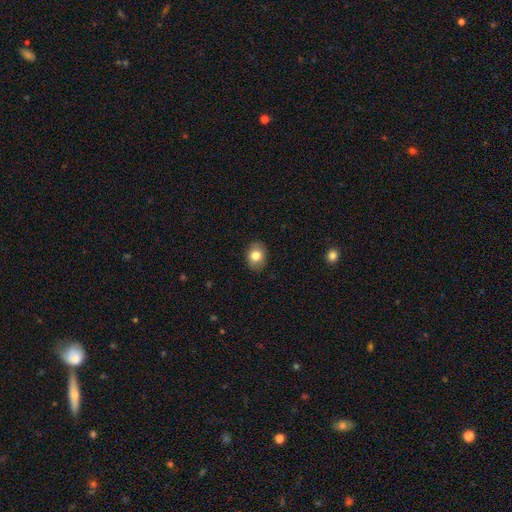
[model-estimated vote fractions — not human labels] smooth-or-featured: smooth: 81% | featured or disk: 11% | star or artifact: 9%
  how-rounded: in between: 60% | round: 39% | cigar-shaped: 1%
  merging: none: 87% | minor disturbance: 10% | major disturbance: 2% | merger: 1%